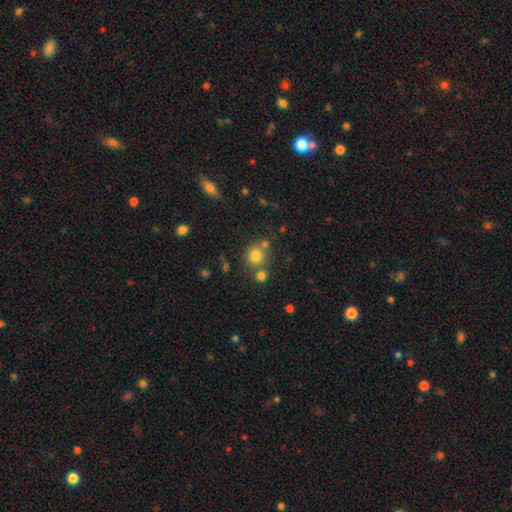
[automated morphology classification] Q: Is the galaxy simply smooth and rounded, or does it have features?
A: smooth — 79%.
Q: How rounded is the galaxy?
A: round — 87%.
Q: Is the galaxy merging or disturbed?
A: none — 67%.